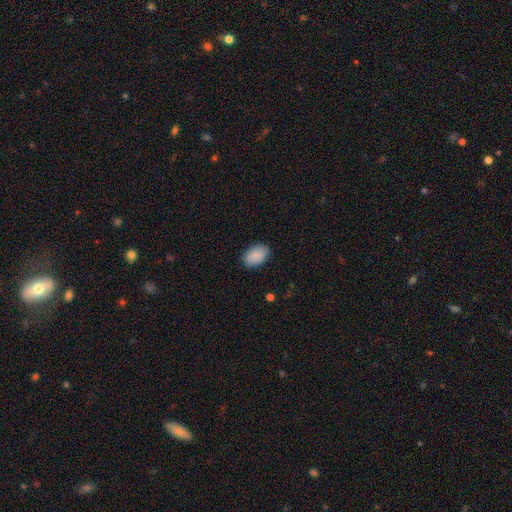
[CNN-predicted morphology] type=smooth (90%); roundness=in between (89%); merging=none (88%).